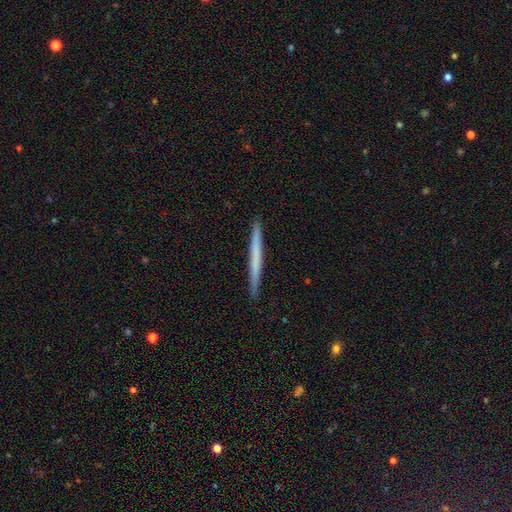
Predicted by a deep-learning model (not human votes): Smooth or featured? Predicted: smooth (p=0.54). How rounded? Predicted: cigar-shaped (p=0.97). Merging? Predicted: none (p=0.92).